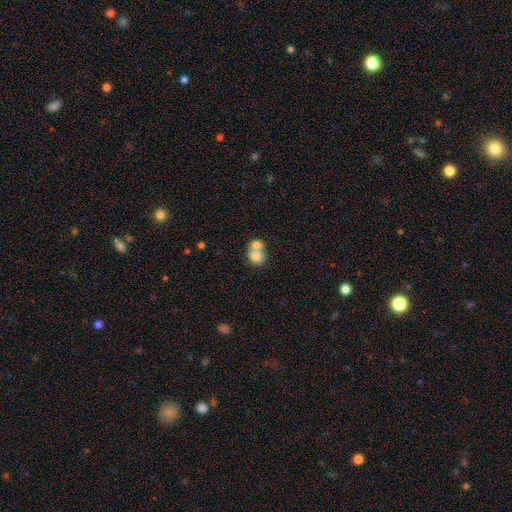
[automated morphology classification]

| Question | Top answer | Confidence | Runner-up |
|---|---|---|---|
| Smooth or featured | smooth | 76% | featured or disk (16%) |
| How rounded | round | 71% | in between (28%) |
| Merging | merger | 66% | none (25%) |